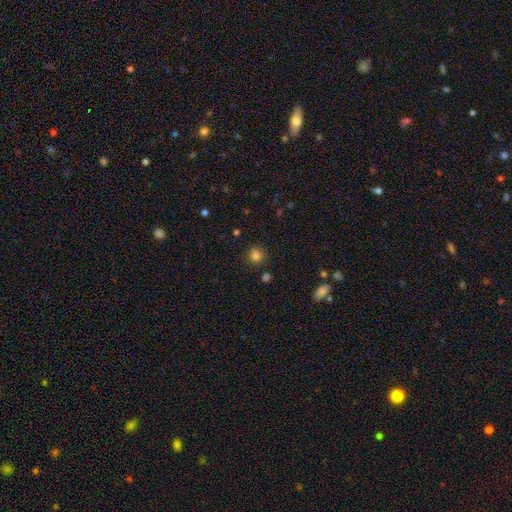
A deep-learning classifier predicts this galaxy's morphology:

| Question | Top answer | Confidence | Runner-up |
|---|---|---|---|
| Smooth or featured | smooth | 80% | star or artifact (15%) |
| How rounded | round | 85% | in between (14%) |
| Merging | none | 84% | minor disturbance (10%) |